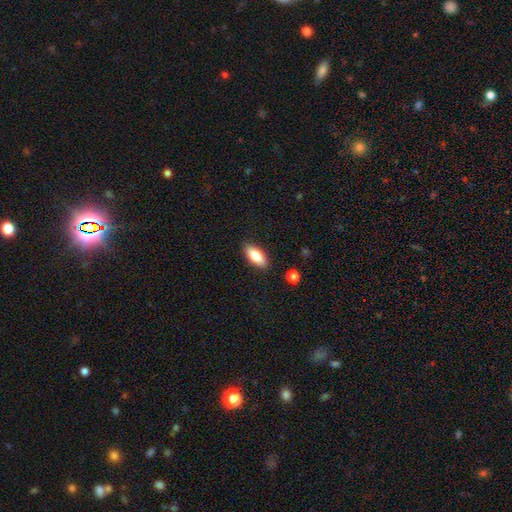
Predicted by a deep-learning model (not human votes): The model was most divided on "how rounded": in between: 82%, cigar-shaped: 16%, round: 2%. More confident: merging — none (88%); smooth or featured — smooth (83%).